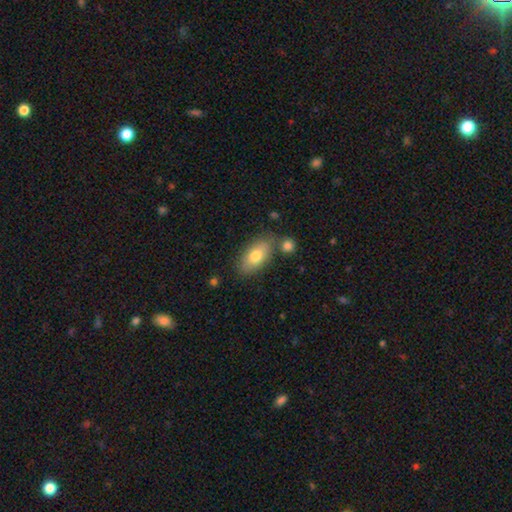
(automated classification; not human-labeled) Overall: smooth (75%). How rounded: in between (90%). Merging: none (73%).